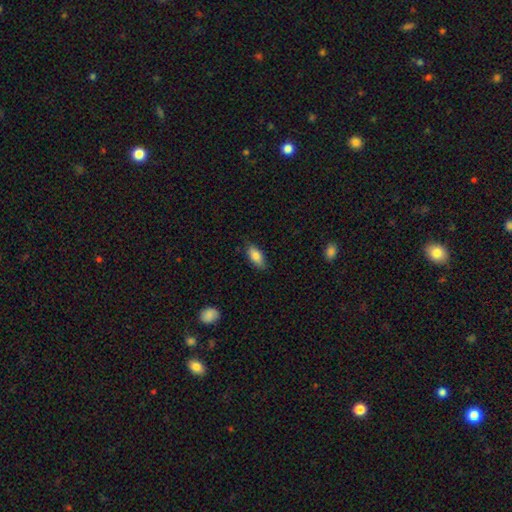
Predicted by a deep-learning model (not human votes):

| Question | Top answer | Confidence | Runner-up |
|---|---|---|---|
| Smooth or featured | smooth | 80% | featured or disk (13%) |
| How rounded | in between | 85% | cigar-shaped (12%) |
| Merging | none | 80% | minor disturbance (17%) |